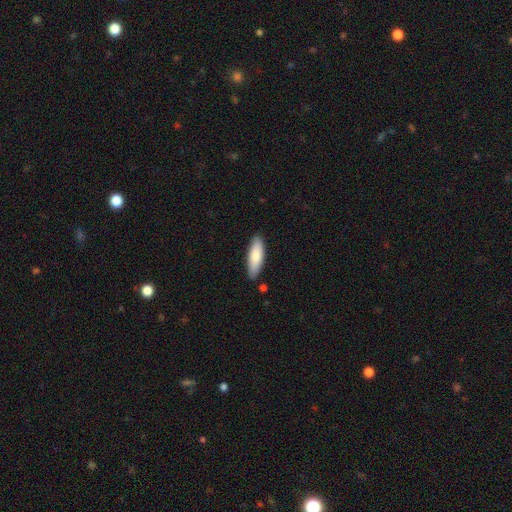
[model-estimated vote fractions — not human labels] Smooth or featured: smooth — 81% (featured or disk — 13%)
How rounded: in between — 54% (cigar-shaped — 44%)
Merging: none — 85% (minor disturbance — 11%)